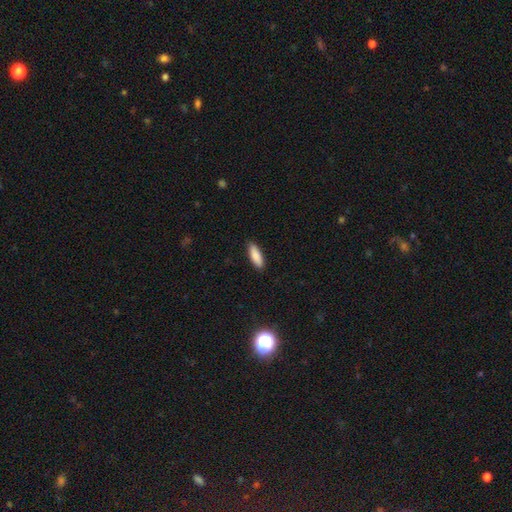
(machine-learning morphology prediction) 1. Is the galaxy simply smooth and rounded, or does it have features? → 88% smooth, 6% featured or disk, 6% star or artifact.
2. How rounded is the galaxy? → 60% in between, 38% cigar-shaped, 2% round.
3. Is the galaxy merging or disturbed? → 88% none, 9% minor disturbance, 2% major disturbance, 1% merger.